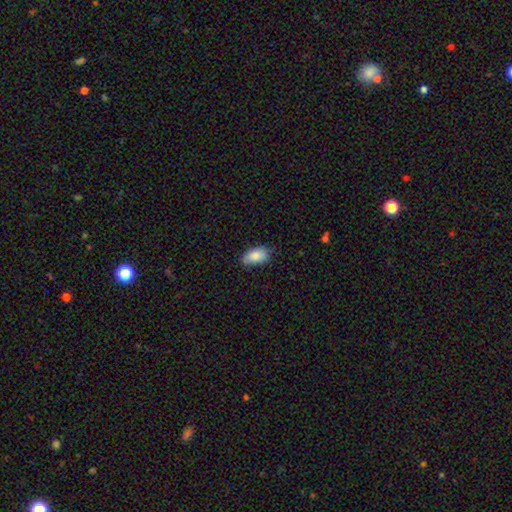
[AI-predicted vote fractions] smooth-or-featured: smooth: 87% | featured or disk: 7% | star or artifact: 7%
  how-rounded: in between: 93% | round: 4% | cigar-shaped: 3%
  merging: none: 75% | minor disturbance: 21% | major disturbance: 3% | merger: 1%